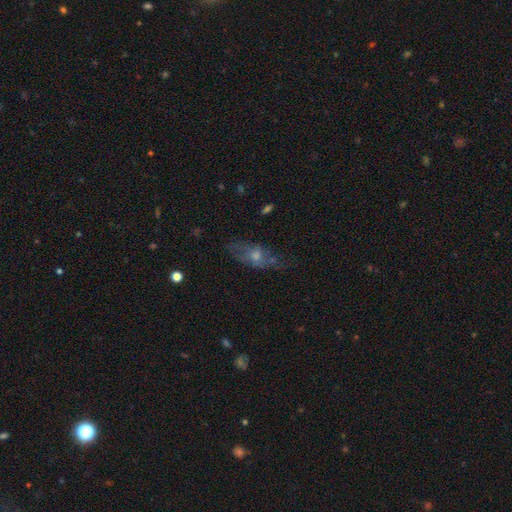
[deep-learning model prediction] Smooth or featured? featured or disk (48%)
Merging? none (59%)